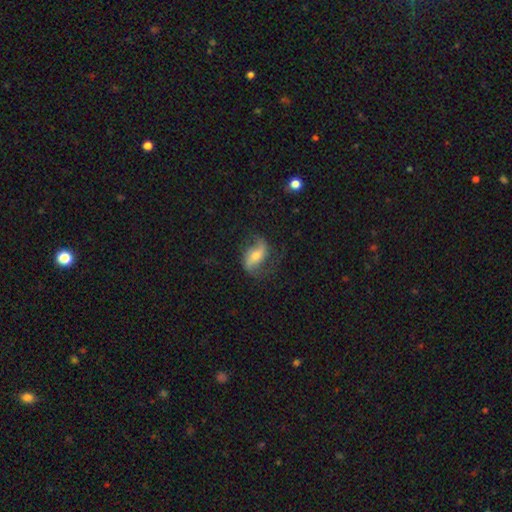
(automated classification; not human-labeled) Smooth or featured: featured or disk — 67% (smooth — 25%)
Edge-on disk: no — 92% (yes — 8%)
Bar: strong — 39% (no — 32%)
Spiral arms: yes — 87% (no — 13%)
Spiral winding: loose — 67% (medium — 24%)
Spiral arm count: 2 — 87% (can't tell — 5%)
Bulge size: moderate — 54% (small — 37%)
Merging: none — 66% (minor disturbance — 20%)